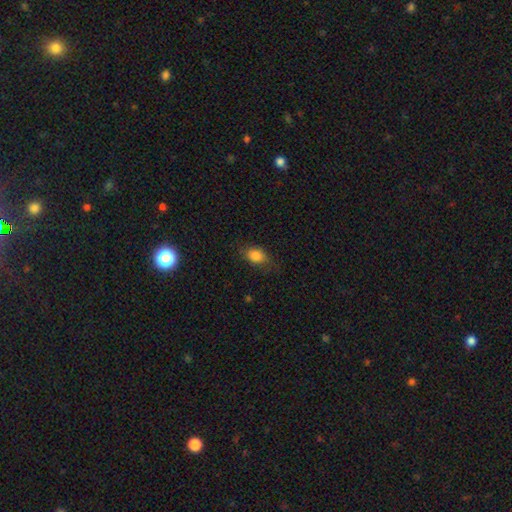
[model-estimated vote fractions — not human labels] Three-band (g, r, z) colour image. It shows a smooth galaxy with no disk features (82%) that is in between round and cigar-shaped (67%). Merging: none (70%).